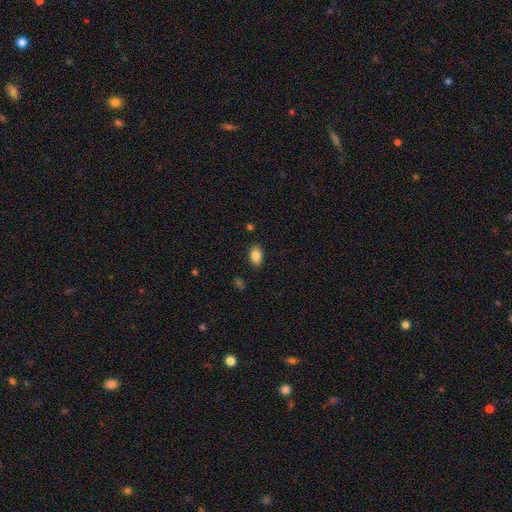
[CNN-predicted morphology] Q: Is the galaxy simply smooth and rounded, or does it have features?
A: smooth — 86%.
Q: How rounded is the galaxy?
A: in between — 89%.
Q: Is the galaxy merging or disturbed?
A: none — 87%.